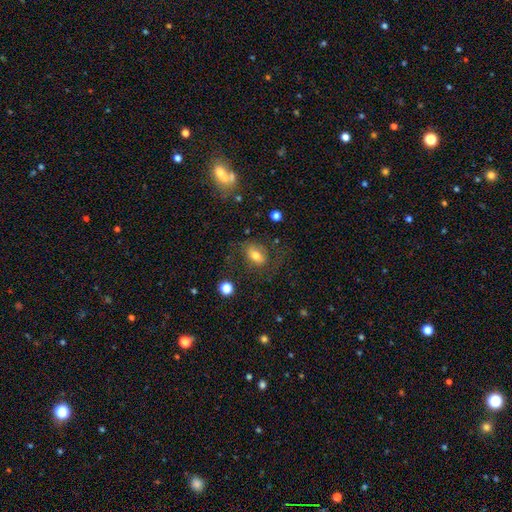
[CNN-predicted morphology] smooth-or-featured: smooth: 64% | featured or disk: 25% | star or artifact: 10%
  how-rounded: in between: 79% | round: 19% | cigar-shaped: 2%
  merging: none: 61% | minor disturbance: 18% | major disturbance: 18% | merger: 3%